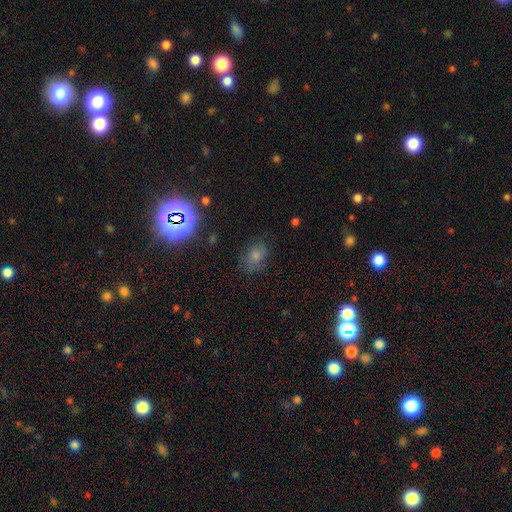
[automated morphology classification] This is likely a smooth galaxy (70%). How rounded: likely in between (68%). Merging: likely none (71%).